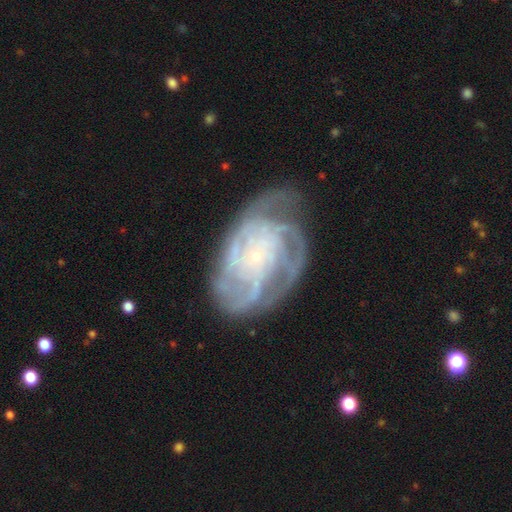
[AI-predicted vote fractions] A featured or disk galaxy (86%) with no bar (78%), 4 (28%) tight (61%) spiral arms (95%) and a small central bulge (88%).

Vote fractions:
- Smooth or featured? featured or disk: 86% / smooth: 8% / star or artifact: 6%
- Edge-on disk? no: 97% / yes: 3%
- Bar? no: 78% / weak: 17% / strong: 5%
- Spiral arms? yes: 95% / no: 5%
- Spiral winding? tight: 61% / medium: 31% / loose: 7%
- Spiral arm count? 4: 28% / can't tell: 25% / 3: 19% / more than 4: 11% / 2: 11% / 1: 6%
- Bulge size? small: 88% / moderate: 7% / none: 3% / large: 1% / dominant: 1%
- Merging? none: 63% / minor disturbance: 21% / major disturbance: 14% / merger: 2%